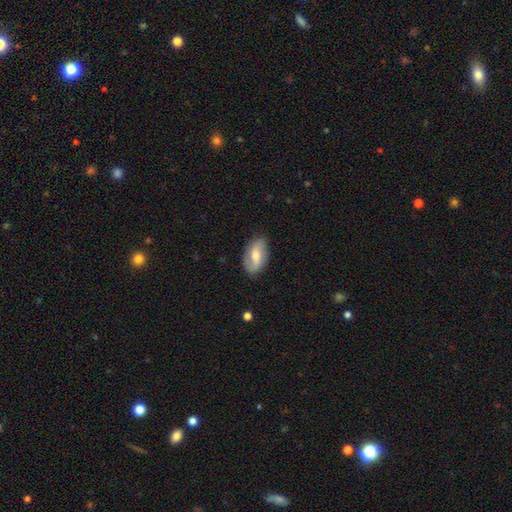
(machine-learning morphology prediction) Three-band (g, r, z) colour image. It shows a featured or disk galaxy (63%) with a weak bar (45%), 2 (83%) loose (53%) spiral arms (85%) and a moderate central bulge (57%). Merging: none (81%).